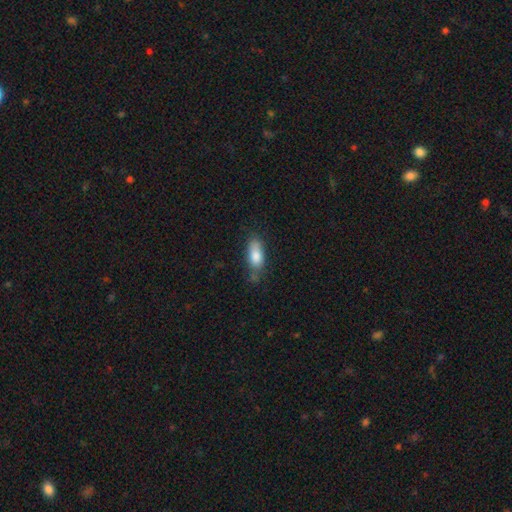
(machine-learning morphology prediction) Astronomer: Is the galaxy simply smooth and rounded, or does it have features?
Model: smooth — 82%.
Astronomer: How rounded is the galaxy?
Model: in between — 82%.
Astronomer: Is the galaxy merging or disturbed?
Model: none — 58%.